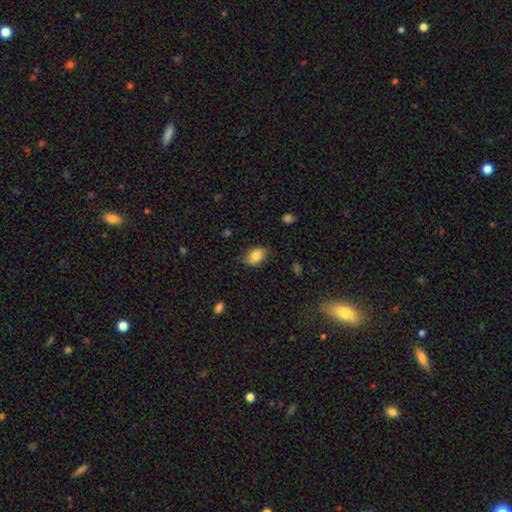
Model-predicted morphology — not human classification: Smooth or featured: smooth — 83% (featured or disk — 9%)
How rounded: in between — 87% (round — 12%)
Merging: none — 77% (minor disturbance — 18%)